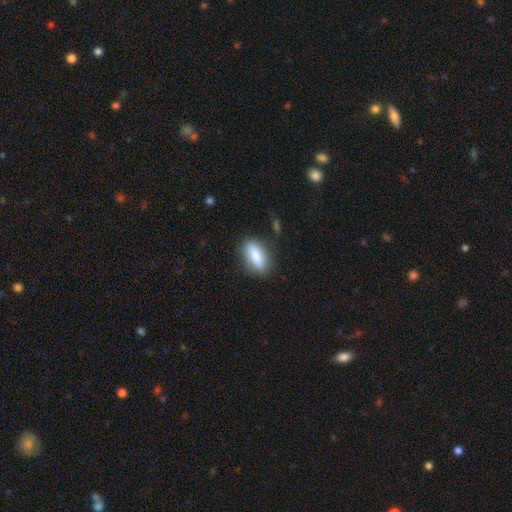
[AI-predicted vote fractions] This appears to be a smooth galaxy with no disk features (81%) that is in between round and cigar-shaped (66%). Merging: none (82%).